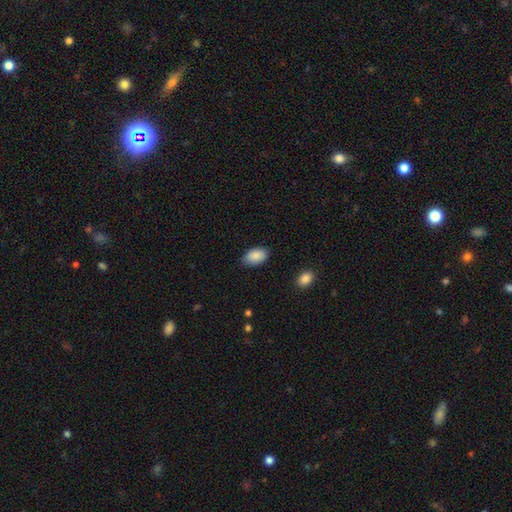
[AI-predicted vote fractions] smooth 89%, star or artifact 6%, featured or disk 4%. Down the decision tree: how rounded — in between (93%); merging — none (83%).